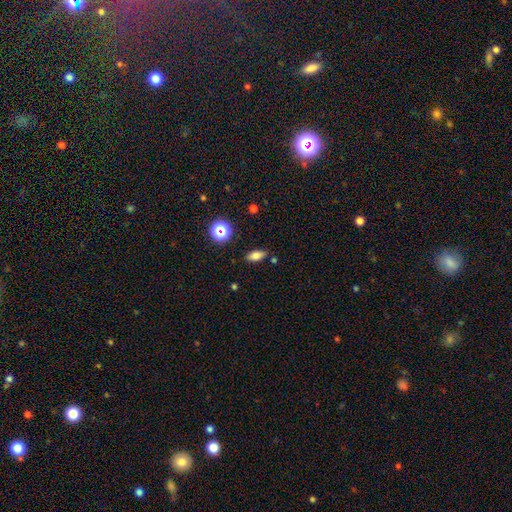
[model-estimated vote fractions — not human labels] smooth-or-featured: smooth: 73% | featured or disk: 15% | star or artifact: 12%
  how-rounded: in between: 80% | cigar-shaped: 13% | round: 7%
  merging: none: 83% | minor disturbance: 11% | merger: 3% | major disturbance: 3%